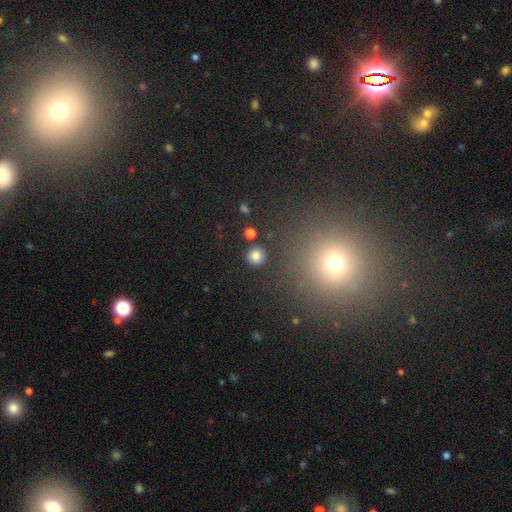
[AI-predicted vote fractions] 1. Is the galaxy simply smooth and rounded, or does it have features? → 82% smooth, 13% star or artifact, 5% featured or disk.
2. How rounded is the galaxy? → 94% round, 5% in between, 1% cigar-shaped.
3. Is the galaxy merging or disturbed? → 89% none, 5% minor disturbance, 3% merger, 2% major disturbance.